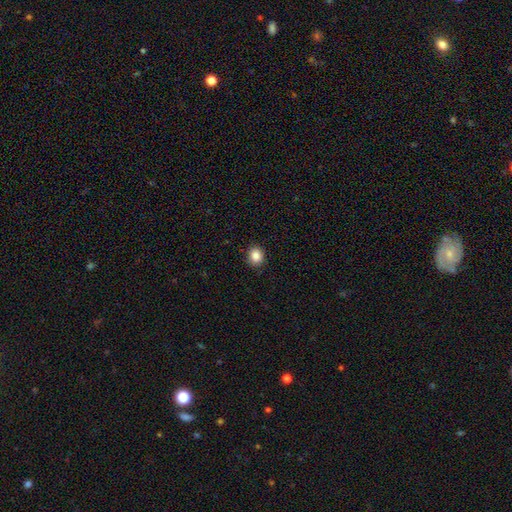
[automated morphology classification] Smooth or featured: smooth — 86% (star or artifact — 10%)
How rounded: round — 73% (in between — 26%)
Merging: none — 91% (minor disturbance — 7%)